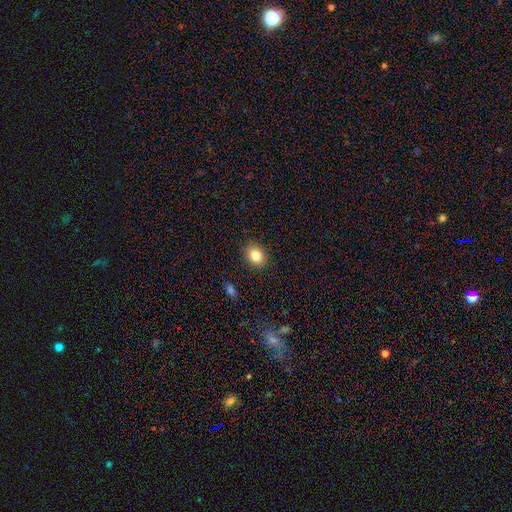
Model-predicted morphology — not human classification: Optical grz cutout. It shows a smooth galaxy with no disk features (84%) that is in between round and cigar-shaped (53%). Merging: none (89%).